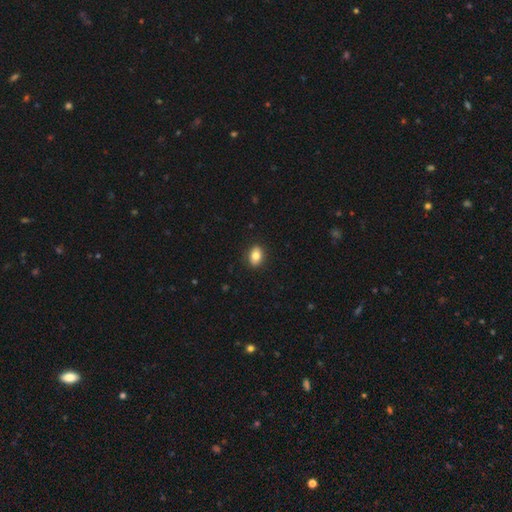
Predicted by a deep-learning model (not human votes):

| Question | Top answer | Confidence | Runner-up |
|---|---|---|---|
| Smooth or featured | smooth | 80% | featured or disk (11%) |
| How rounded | in between | 77% | round (22%) |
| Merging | none | 89% | minor disturbance (8%) |